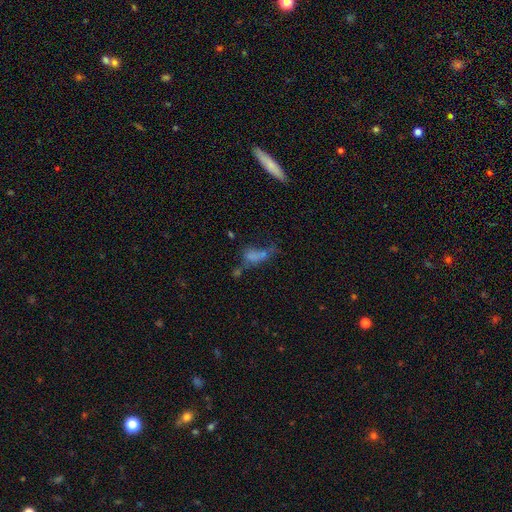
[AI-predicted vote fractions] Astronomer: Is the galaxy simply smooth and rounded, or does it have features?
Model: smooth — 56%.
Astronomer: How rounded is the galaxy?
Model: in between — 77%.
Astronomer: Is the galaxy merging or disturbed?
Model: merger — 34% (runner-up: major disturbance, 28%).